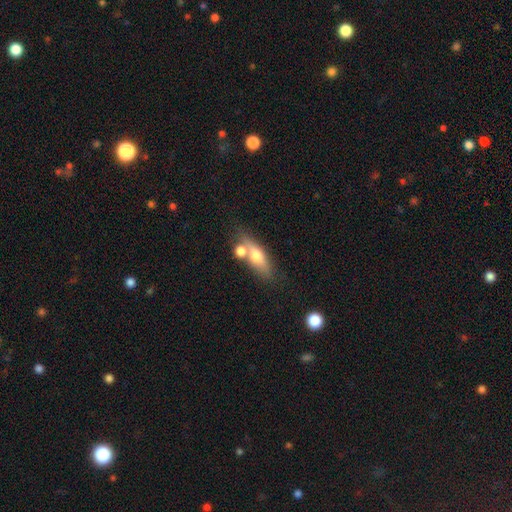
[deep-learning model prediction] smooth_or_featured: smooth (p=0.58) [alt: featured or disk p=0.34]
how_rounded: in between (p=0.55) [alt: cigar-shaped p=0.34]
merging: none (p=0.49) [alt: merger p=0.33]